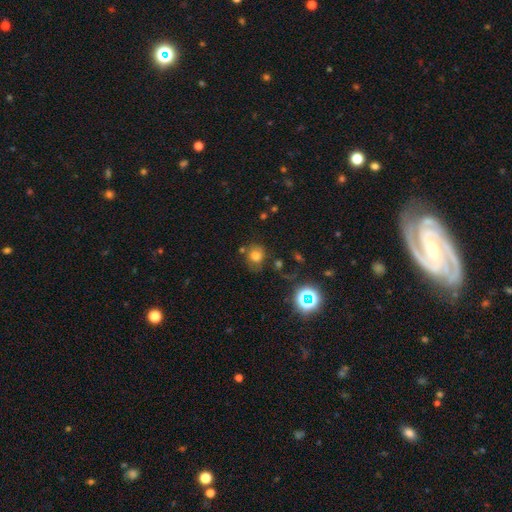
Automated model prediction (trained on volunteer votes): The model was most divided on "merging": none: 64%, minor disturbance: 20%, major disturbance: 8%, merger: 8%. More confident: how rounded — round (72%); smooth or featured — smooth (70%).